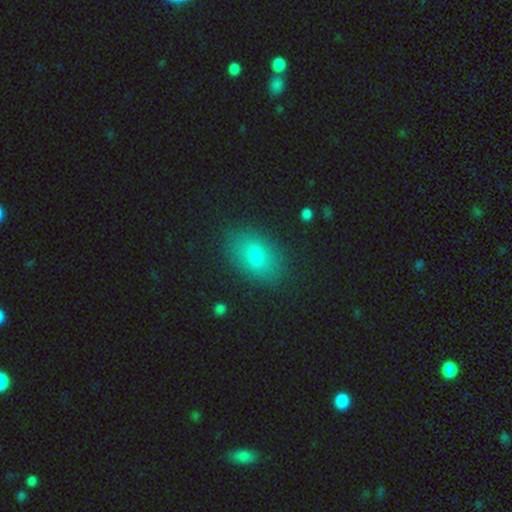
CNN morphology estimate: This appears to be a smooth galaxy with no disk features (75%) that is in between round and cigar-shaped (86%). Merging: none (84%).